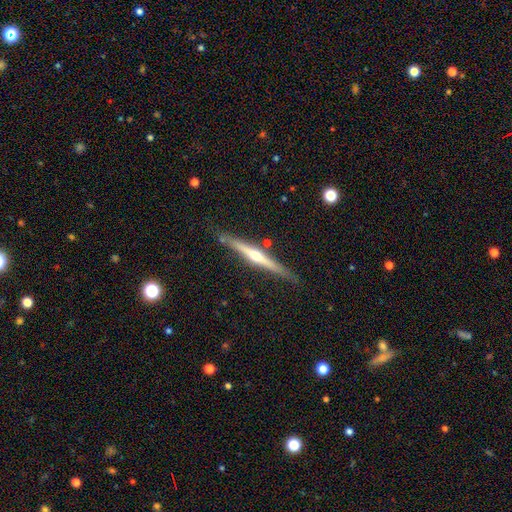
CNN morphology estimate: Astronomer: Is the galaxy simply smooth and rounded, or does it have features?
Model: featured or disk — 76%.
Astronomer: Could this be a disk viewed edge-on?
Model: yes — 98%.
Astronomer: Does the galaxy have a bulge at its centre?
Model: rounded — 87%.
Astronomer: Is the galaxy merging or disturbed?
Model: none — 83%.